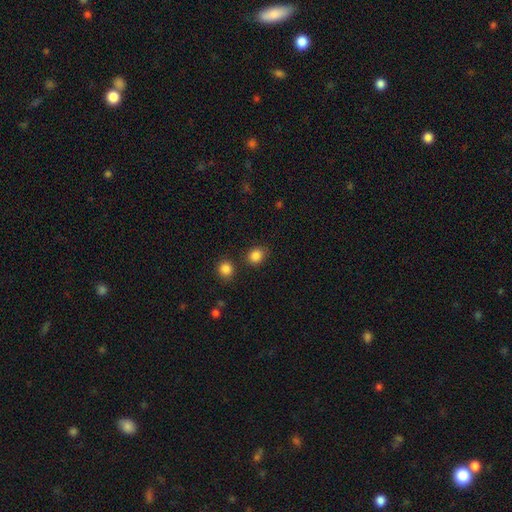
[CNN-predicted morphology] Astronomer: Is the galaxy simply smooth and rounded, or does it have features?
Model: smooth — 85%.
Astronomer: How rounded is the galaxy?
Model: round — 69%.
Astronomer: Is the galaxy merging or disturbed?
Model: none — 80%.